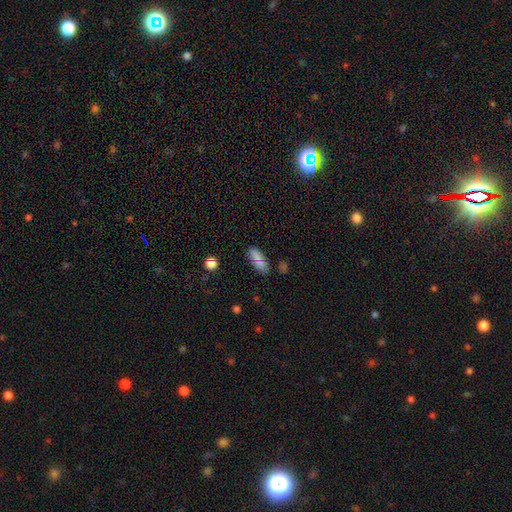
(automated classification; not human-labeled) The model was most divided on "how rounded": in between: 73%, cigar-shaped: 23%, round: 4%. More confident: smooth or featured — smooth (76%); merging — none (70%).